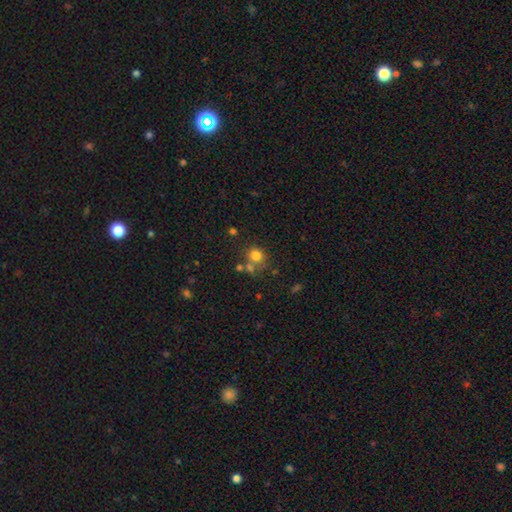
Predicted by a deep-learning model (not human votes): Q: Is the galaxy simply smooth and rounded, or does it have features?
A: smooth — 76%.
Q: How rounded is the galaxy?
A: round — 79%.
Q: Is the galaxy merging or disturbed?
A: none — 56%.